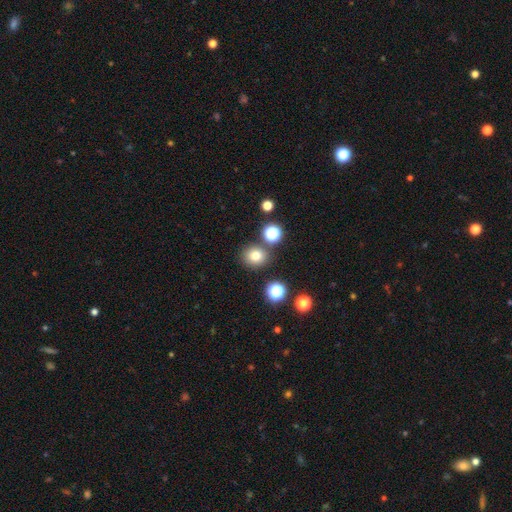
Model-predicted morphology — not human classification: smooth-or-featured: smooth: 75% | star or artifact: 17% | featured or disk: 8%
  how-rounded: round: 81% | in between: 18% | cigar-shaped: 1%
  merging: none: 82% | minor disturbance: 8% | merger: 7% | major disturbance: 3%